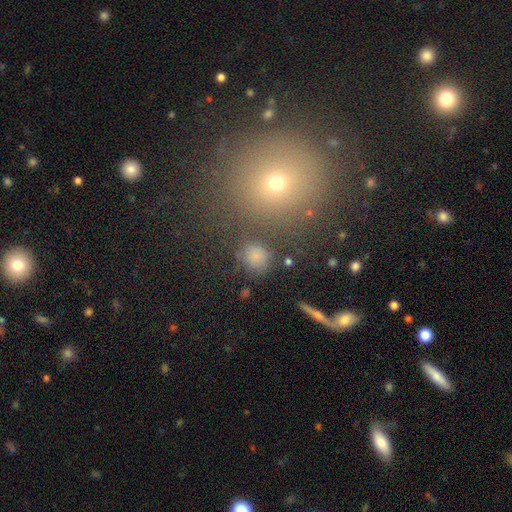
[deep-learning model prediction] This appears to be a smooth galaxy with no disk features (73%) that is round (80%). Merging: none (71%).